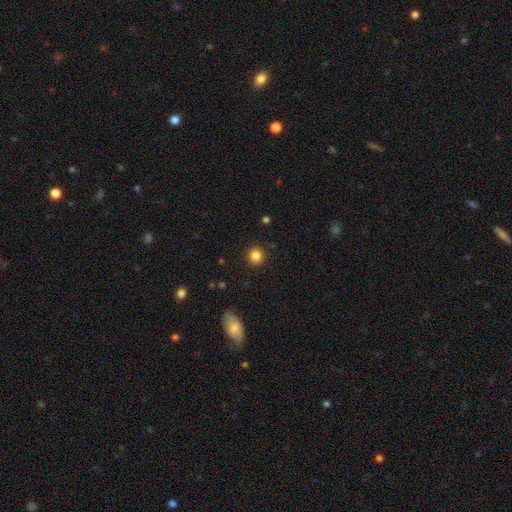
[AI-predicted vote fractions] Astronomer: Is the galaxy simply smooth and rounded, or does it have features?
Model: smooth — 85%.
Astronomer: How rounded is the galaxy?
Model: round — 93%.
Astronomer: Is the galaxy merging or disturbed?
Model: none — 91%.